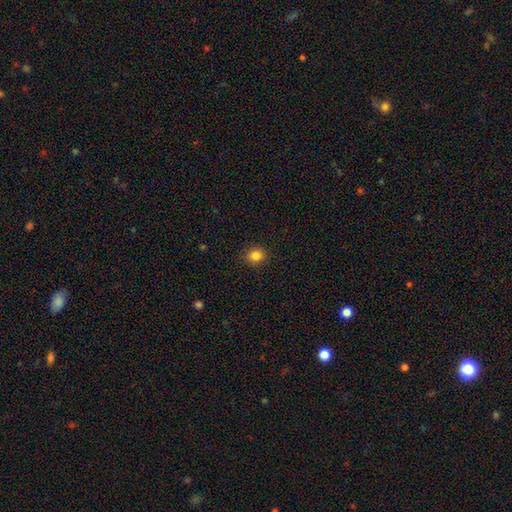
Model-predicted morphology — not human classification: Smooth or featured?
  - smooth: 84% *
  - star or artifact: 11%
  - featured or disk: 5%
How rounded?
  - round: 81% *
  - in between: 18%
  - cigar-shaped: 1%
Merging?
  - none: 89% *
  - minor disturbance: 7%
  - major disturbance: 2%
  - merger: 1%